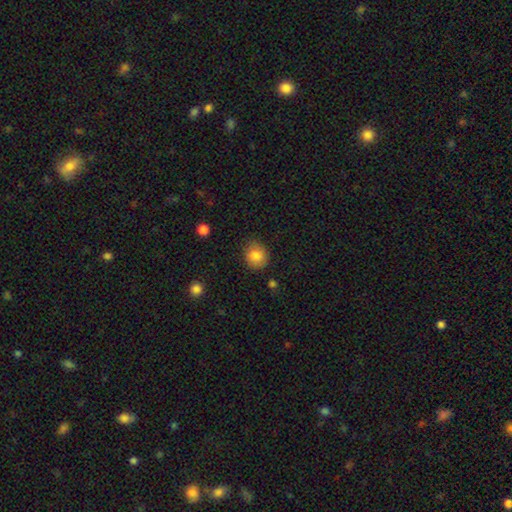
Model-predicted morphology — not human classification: smooth 83%, star or artifact 9%, featured or disk 8%. Down the decision tree: how rounded — round (72%); merging — none (82%).